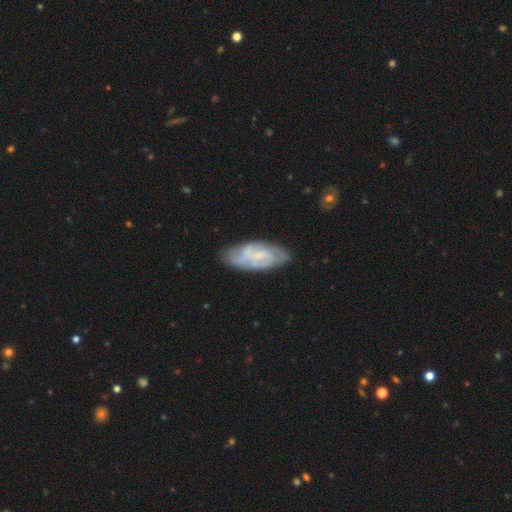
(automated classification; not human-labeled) Q: Smooth or featured?
A: featured or disk (63%); runner-up: smooth (31%)
Q: Edge-on disk?
A: no (91%); runner-up: yes (9%)
Q: Bar?
A: no (47%); runner-up: weak (41%)
Q: Spiral arms?
A: yes (80%); runner-up: no (20%)
Q: Bulge size?
A: small (46%); runner-up: none (32%)
Q: Merging?
A: none (70%); runner-up: minor disturbance (22%)